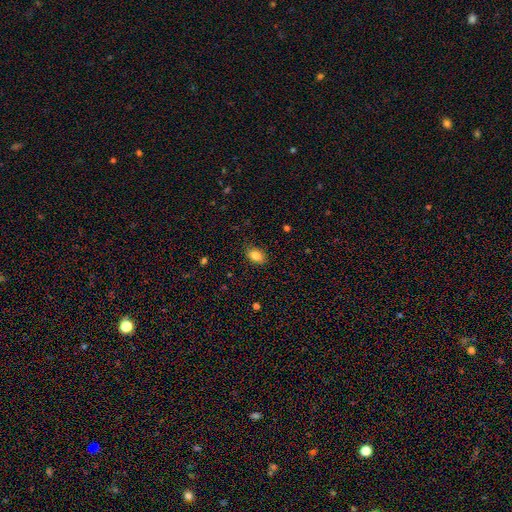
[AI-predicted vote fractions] smooth-or-featured: smooth: 84% | star or artifact: 9% | featured or disk: 7%
  how-rounded: in between: 83% | round: 15% | cigar-shaped: 2%
  merging: none: 86% | minor disturbance: 11% | major disturbance: 3% | merger: 1%